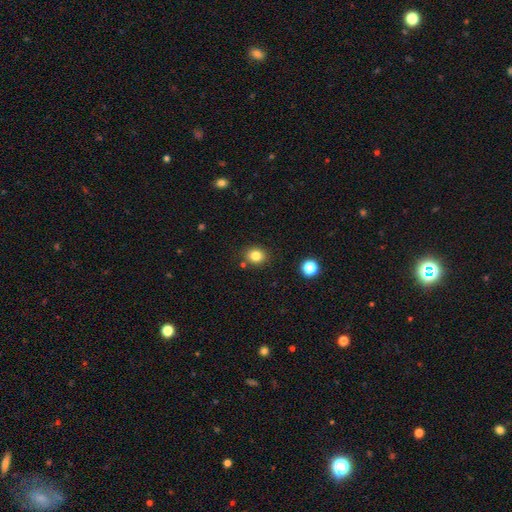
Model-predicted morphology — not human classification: This appears to be a smooth galaxy with no disk features (82%) that is round (70%). Merging: none (85%).